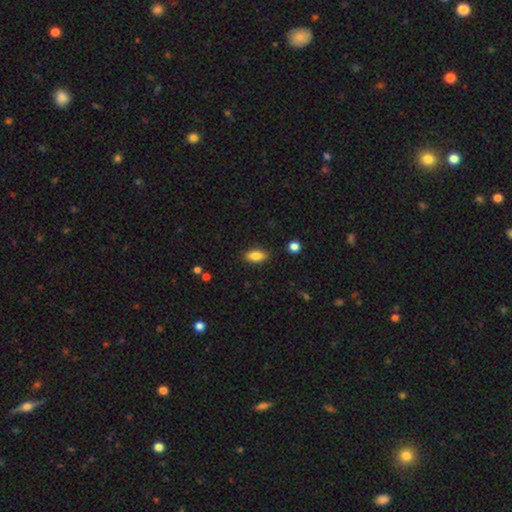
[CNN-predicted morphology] This is clearly a smooth galaxy (85%). How rounded: clearly in between (87%). Merging: clearly none (87%).